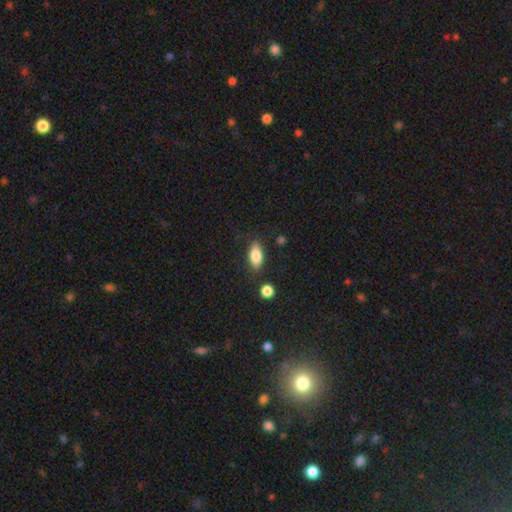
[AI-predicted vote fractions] smooth 82%, featured or disk 11%, star or artifact 7%. Down the decision tree: how rounded — in between (86%); merging — none (79%).